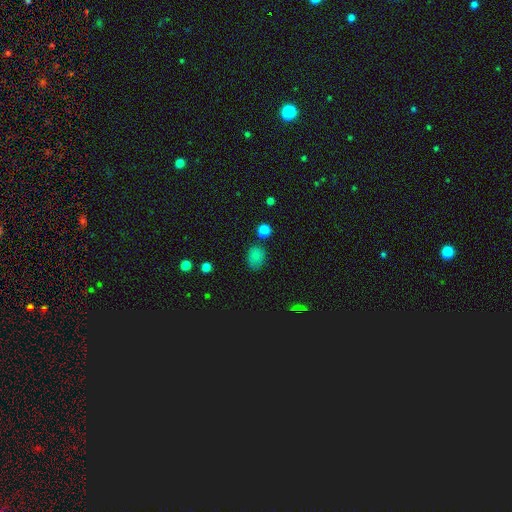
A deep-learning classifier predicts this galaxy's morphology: Smooth or featured?
  - smooth: 77% *
  - star or artifact: 16%
  - featured or disk: 7%
How rounded?
  - in between: 56% *
  - round: 43%
  - cigar-shaped: 1%
Merging?
  - none: 68% *
  - minor disturbance: 20%
  - merger: 6%
  - major disturbance: 5%